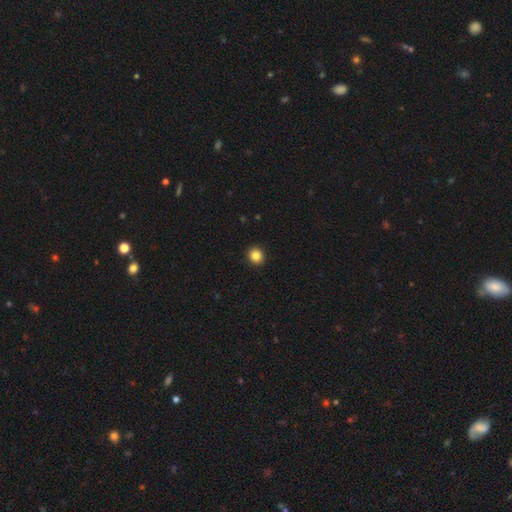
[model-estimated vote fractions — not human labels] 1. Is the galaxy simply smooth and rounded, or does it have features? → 84% smooth, 11% star or artifact, 5% featured or disk.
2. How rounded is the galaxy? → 88% round, 11% in between, 1% cigar-shaped.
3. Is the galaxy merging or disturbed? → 93% none, 4% minor disturbance, 1% major disturbance, 1% merger.